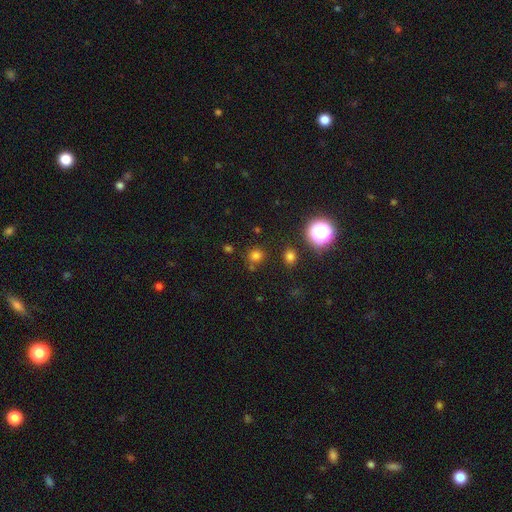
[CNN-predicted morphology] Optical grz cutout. It shows a smooth galaxy with no disk features (71%) that is round (89%). Merging: none (82%).